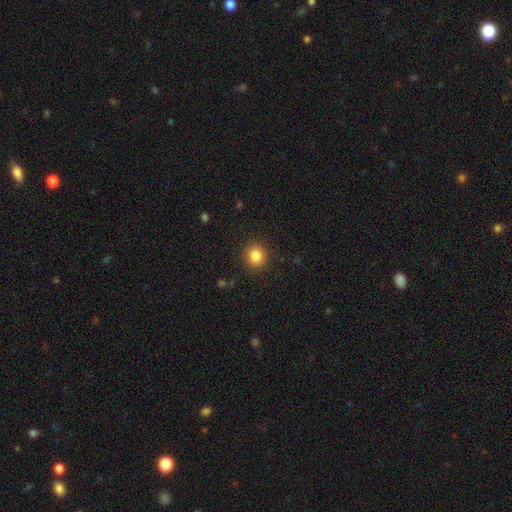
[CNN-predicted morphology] smooth-or-featured: smooth: 83% | star or artifact: 11% | featured or disk: 6%
  how-rounded: round: 88% | in between: 11% | cigar-shaped: 1%
  merging: none: 90% | minor disturbance: 6% | major disturbance: 2% | merger: 1%